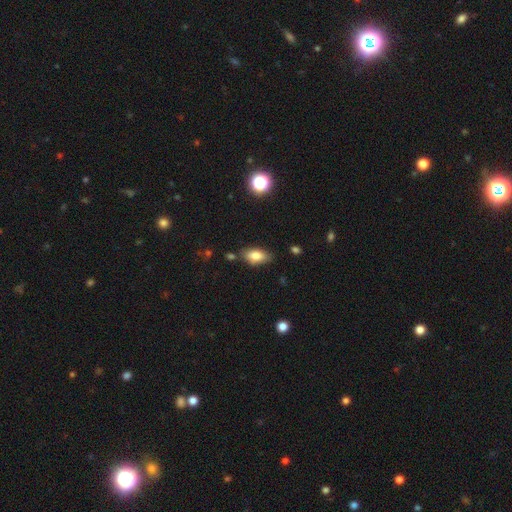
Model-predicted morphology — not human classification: Smooth or featured? Predicted: smooth (p=0.79). How rounded? Predicted: in between (p=0.88). Merging? Predicted: none (p=0.77).